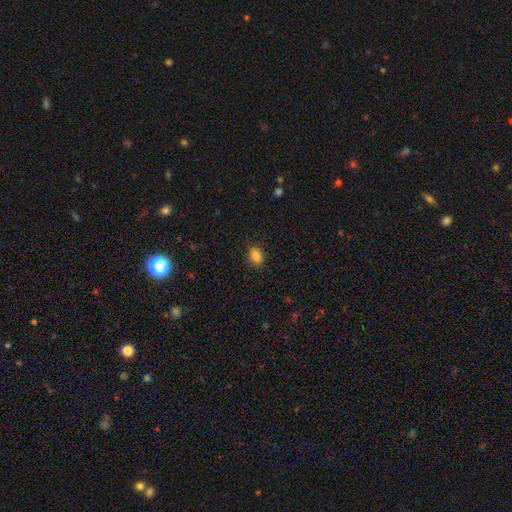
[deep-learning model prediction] This is clearly a smooth galaxy (85%). How rounded: likely in between (68%). Merging: clearly none (87%).